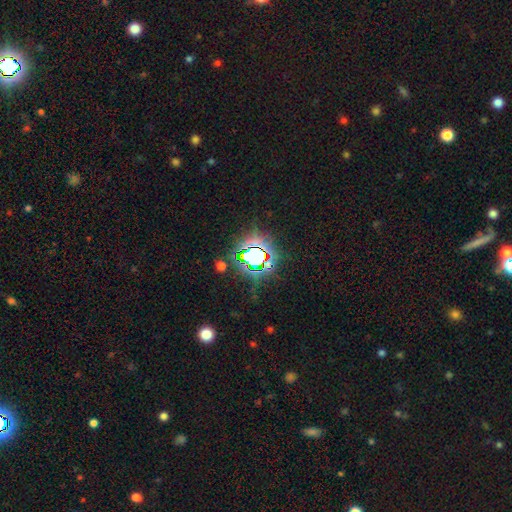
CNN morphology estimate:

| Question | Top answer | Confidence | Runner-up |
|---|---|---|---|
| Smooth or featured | star or artifact | 70% | smooth (19%) |